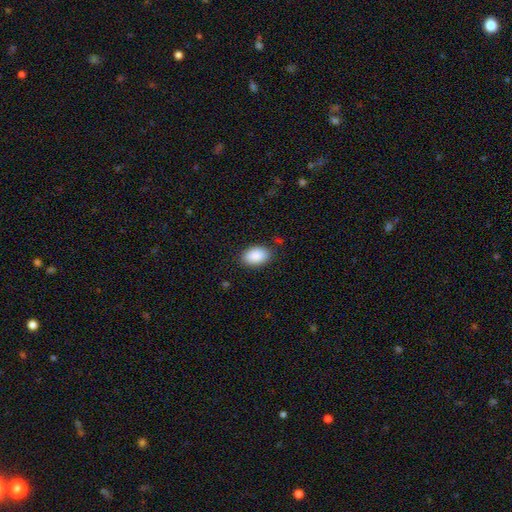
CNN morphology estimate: A smooth galaxy with no disk features (90%) that is in between round and cigar-shaped (91%). Merging: none (84%).